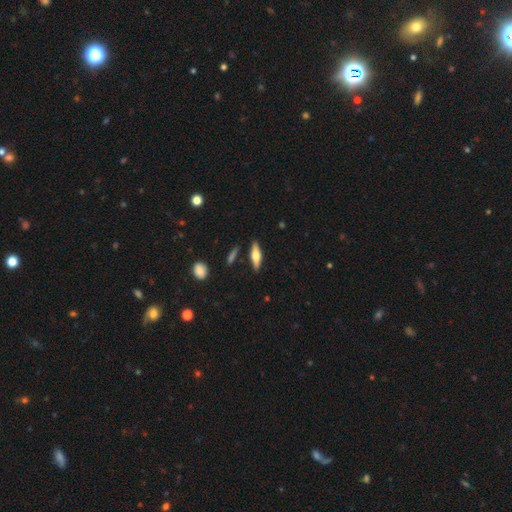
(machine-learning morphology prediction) Smooth or featured?
  - featured or disk: 51% *
  - smooth: 43%
  - star or artifact: 6%
Edge-on disk?
  - yes: 93% *
  - no: 7%
Merging?
  - none: 86% *
  - minor disturbance: 9%
  - merger: 2%
  - major disturbance: 2%